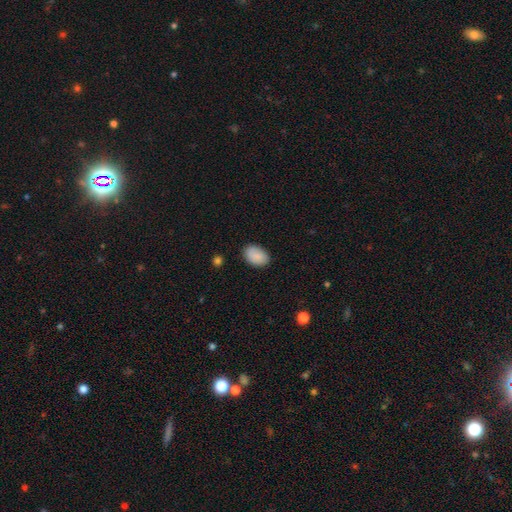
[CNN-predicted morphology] smooth_or_featured: smooth (p=0.89) [alt: star or artifact p=0.07]
how_rounded: in between (p=0.87) [alt: round p=0.12]
merging: none (p=0.84) [alt: minor disturbance p=0.13]